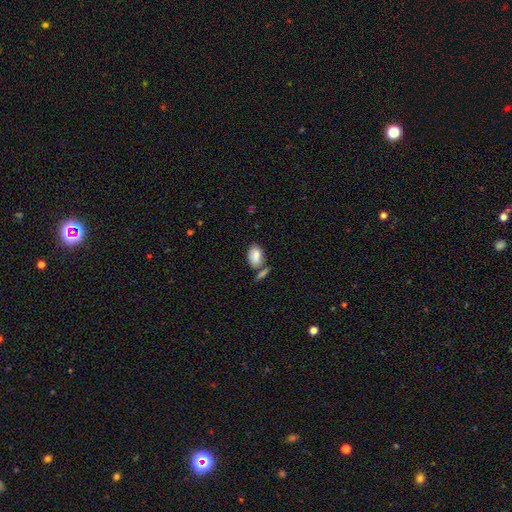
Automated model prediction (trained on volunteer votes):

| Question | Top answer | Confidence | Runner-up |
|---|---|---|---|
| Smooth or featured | smooth | 83% | featured or disk (10%) |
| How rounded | in between | 90% | round (8%) |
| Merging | none | 56% | merger (23%) |